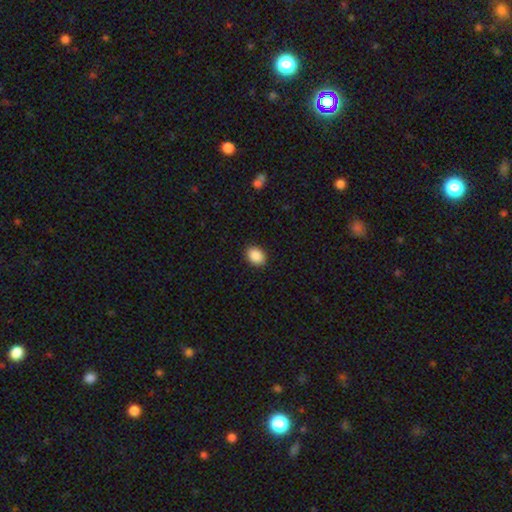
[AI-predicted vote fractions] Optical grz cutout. It shows a smooth galaxy with no disk features (90%) that is in between round and cigar-shaped (70%). Merging: none (90%).